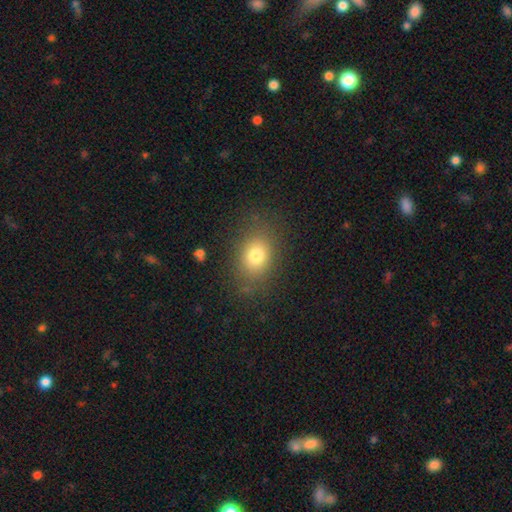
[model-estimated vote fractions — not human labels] Smooth or featured: smooth — 77% (star or artifact — 12%)
How rounded: in between — 57% (round — 42%)
Merging: none — 80% (minor disturbance — 13%)